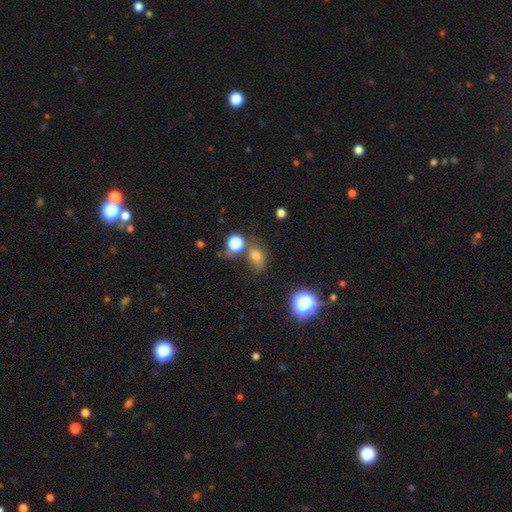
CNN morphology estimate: This appears to be a smooth galaxy with no disk features (71%) that is in between round and cigar-shaped (60%). Merging: none (60%).